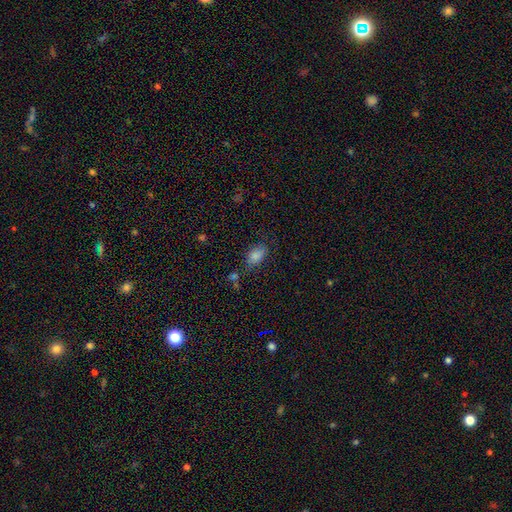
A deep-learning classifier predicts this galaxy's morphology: Smooth or featured? smooth (79%)
How rounded? in between (86%)
Merging? none (72%)